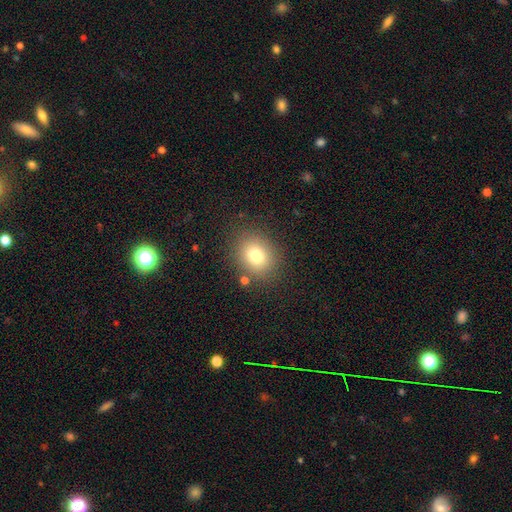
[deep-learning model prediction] Overall: smooth (76%). How rounded: round (69%; in between 31%). Merging: none (83%).